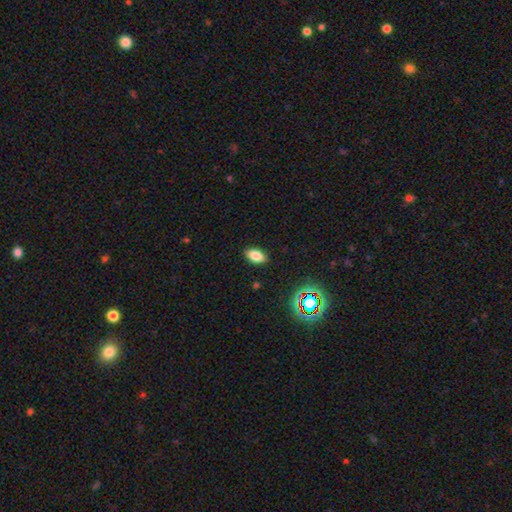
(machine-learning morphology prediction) smooth-or-featured: smooth: 81% | star or artifact: 11% | featured or disk: 8%
  how-rounded: in between: 91% | round: 5% | cigar-shaped: 4%
  merging: none: 88% | minor disturbance: 9% | major disturbance: 2% | merger: 1%